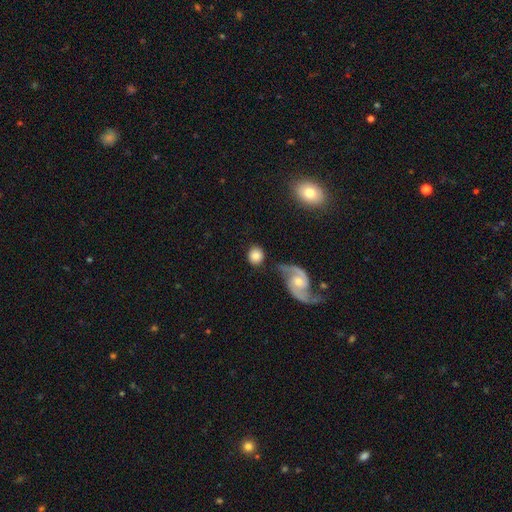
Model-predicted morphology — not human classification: Smooth or featured: smooth — 76% (featured or disk — 17%)
How rounded: round — 82% (in between — 17%)
Merging: none — 74% (minor disturbance — 11%)